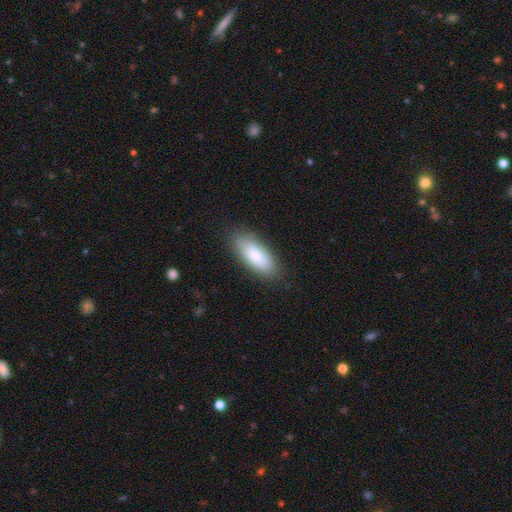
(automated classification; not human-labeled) This appears to be a smooth galaxy with no disk features (84%) that is in between round and cigar-shaped (79%). Merging: none (85%).